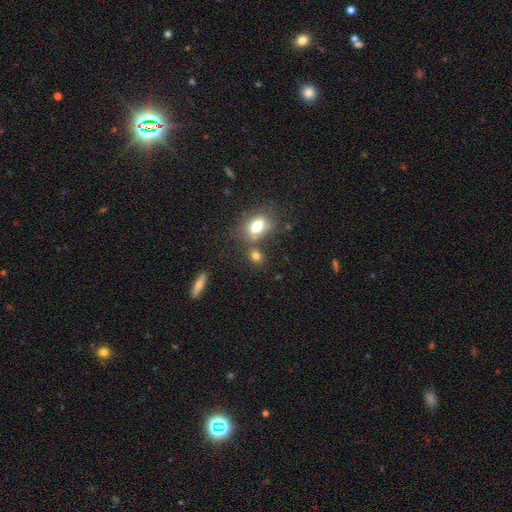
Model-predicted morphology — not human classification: Overall: smooth (77%). How rounded: in between (49%; round 48%). Merging: none (61%).